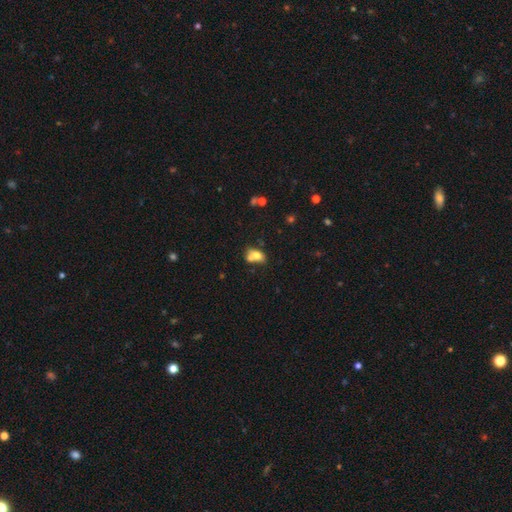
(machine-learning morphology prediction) Smooth or featured? Predicted: smooth (p=0.70). How rounded? Predicted: in between (p=0.70). Merging? Predicted: merger (p=0.52).